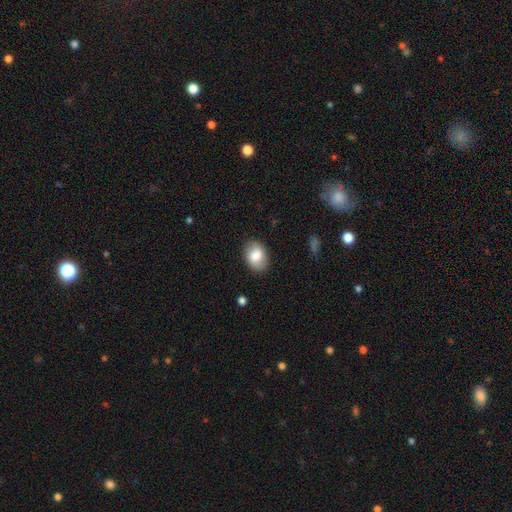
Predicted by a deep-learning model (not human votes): This is clearly a smooth galaxy (82%). How rounded: likely in between (80%). Merging: clearly none (84%).